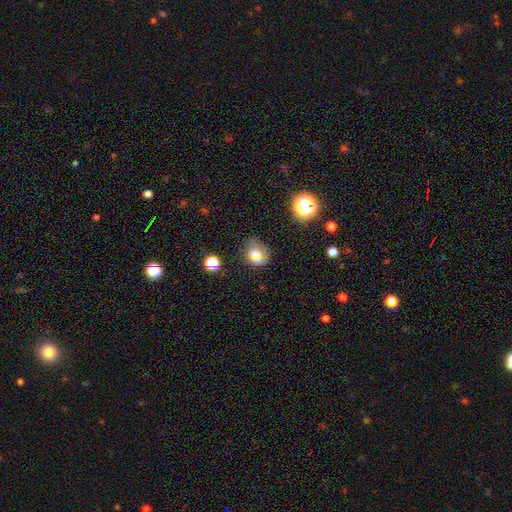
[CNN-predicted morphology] Smooth or featured? Predicted: smooth (p=0.71). How rounded? Predicted: round (p=0.58). Merging? Predicted: none (p=0.53).